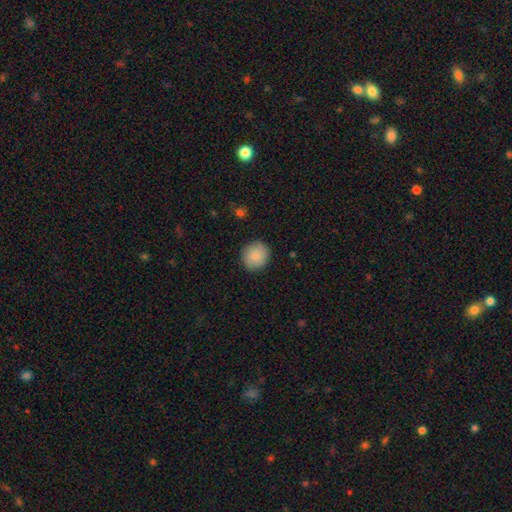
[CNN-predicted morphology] Smooth or featured? Predicted: smooth (p=0.86). How rounded? Predicted: round (p=0.86). Merging? Predicted: none (p=0.89).